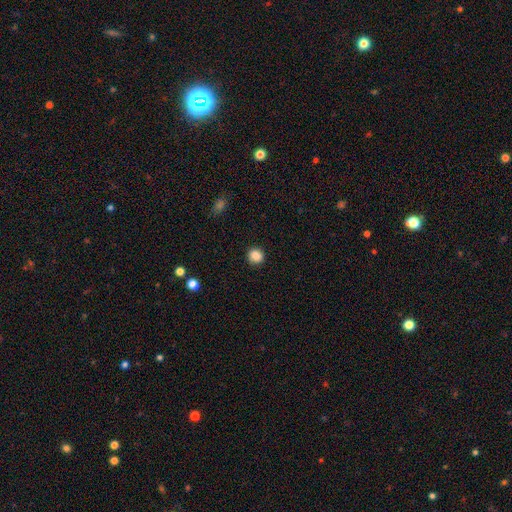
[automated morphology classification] smooth_or_featured: smooth (p=0.87) [alt: star or artifact p=0.10]
how_rounded: round (p=0.91) [alt: in between p=0.08]
merging: none (p=0.90) [alt: minor disturbance p=0.07]